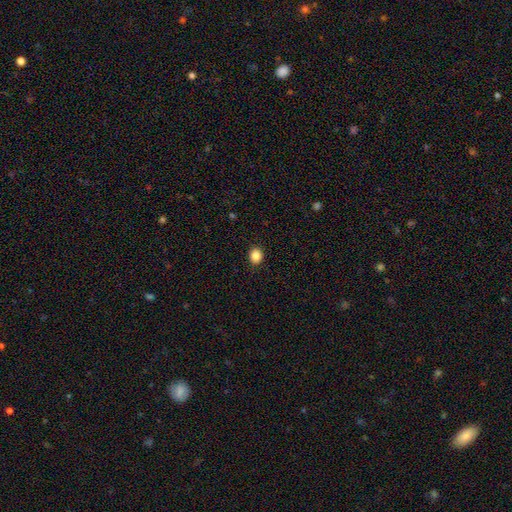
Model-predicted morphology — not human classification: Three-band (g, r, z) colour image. It shows a smooth galaxy with no disk features (87%) that is round (67%). Merging: none (91%).